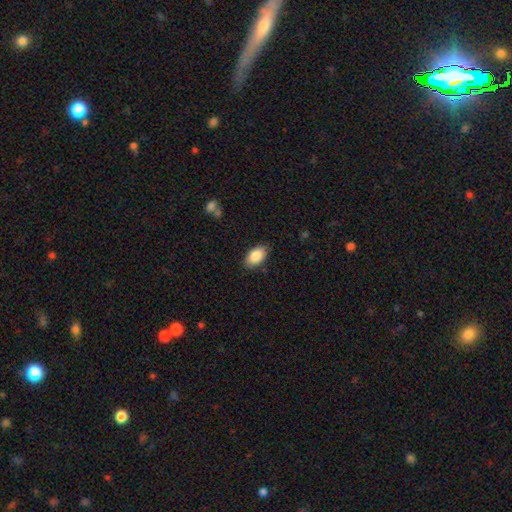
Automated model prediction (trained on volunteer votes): smooth 87%, star or artifact 7%, featured or disk 6%. Down the decision tree: how rounded — in between (94%); merging — none (86%).